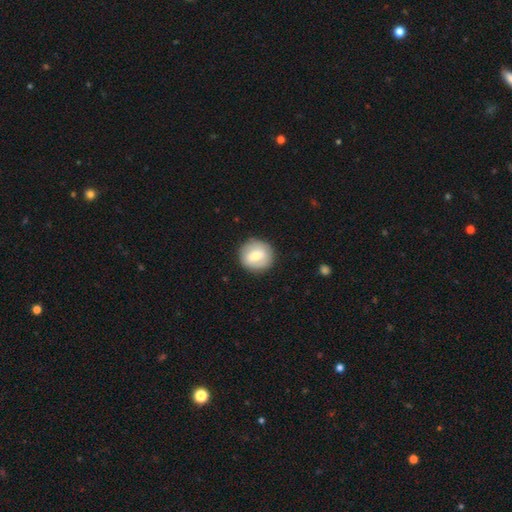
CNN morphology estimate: Overall: smooth (58%; featured or disk 35%). How rounded: round (90%). Merging: none (87%).